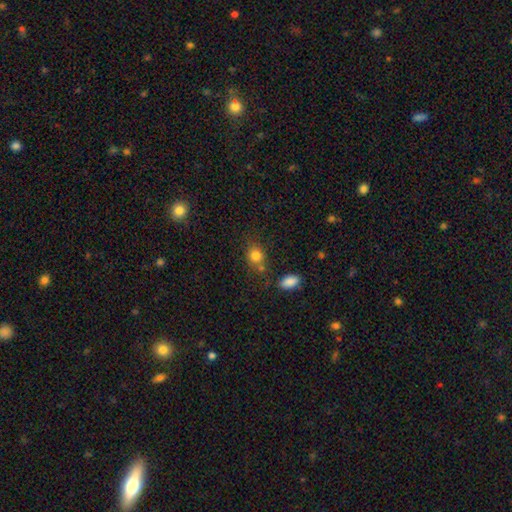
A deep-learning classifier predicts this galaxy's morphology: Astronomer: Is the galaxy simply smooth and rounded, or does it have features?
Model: smooth — 81%.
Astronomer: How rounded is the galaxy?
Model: round — 63%.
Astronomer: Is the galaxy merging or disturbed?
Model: none — 63%.